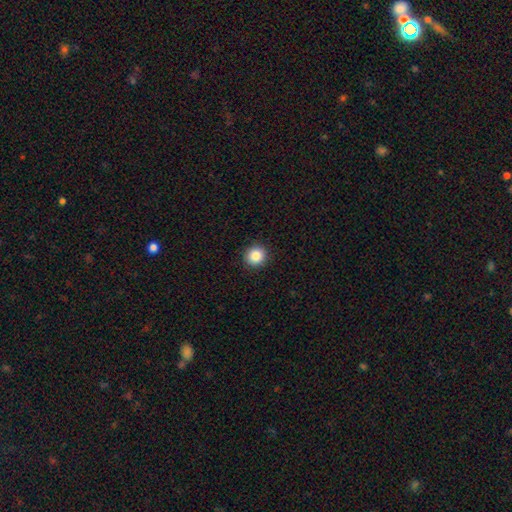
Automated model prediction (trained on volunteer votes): Morphology: type=smooth (86%); roundness=round (91%); merging=none (92%).